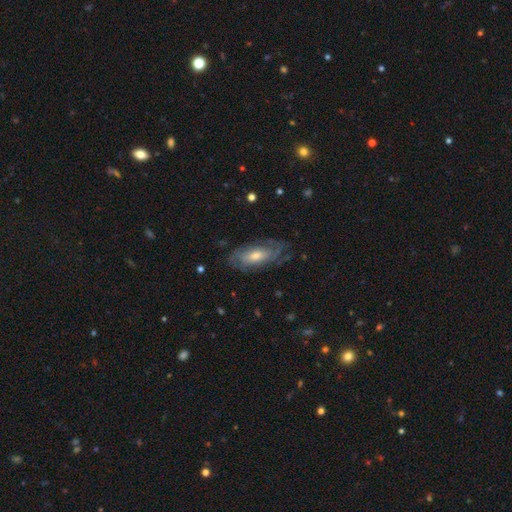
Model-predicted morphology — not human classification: Smooth or featured? featured or disk (68%)
Edge-on disk? no (86%)
Bar? no (66%)
Spiral arms? yes (82%)
Bulge size? moderate (58%)
Merging? none (70%)